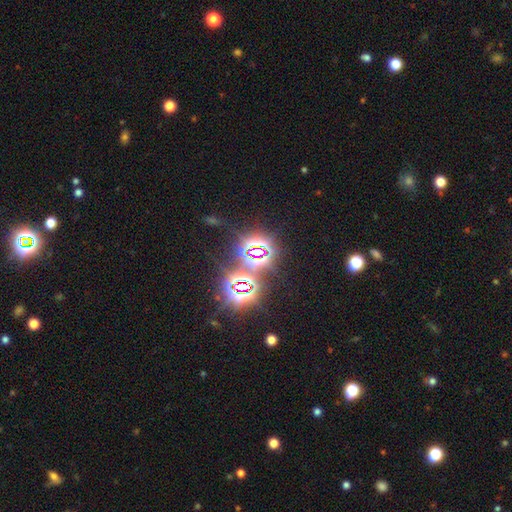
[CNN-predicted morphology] Smooth or featured? star or artifact (79%)